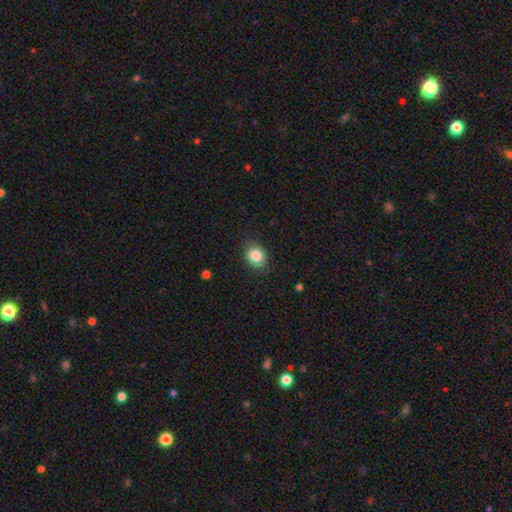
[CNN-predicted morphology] A smooth galaxy with no disk features (84%) that is round (61%). Merging: none (85%).